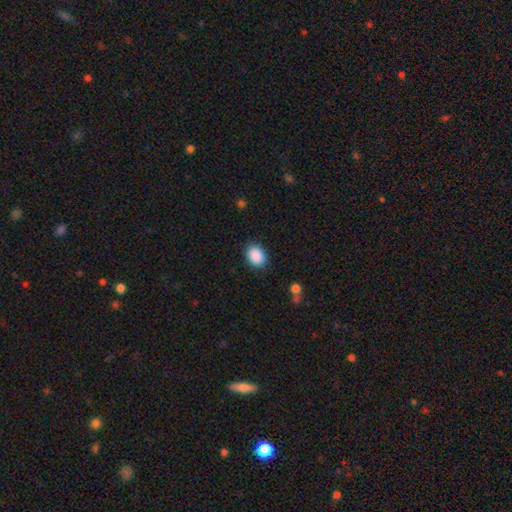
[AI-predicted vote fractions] The model was most divided on "how rounded": in between: 71%, round: 28%, cigar-shaped: 1%. More confident: smooth or featured — smooth (90%); merging — none (86%).